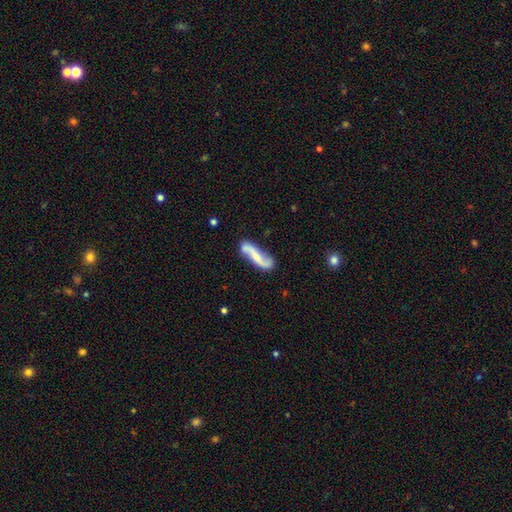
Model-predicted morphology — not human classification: smooth-or-featured: featured or disk: 78% | smooth: 17% | star or artifact: 5%
  disk-edge-on: no: 89% | yes: 11%
    bar: no: 42% | weak: 32% | strong: 25%
    has-spiral-arms: yes: 94% | no: 6%
      spiral-winding: loose: 76% | medium: 18% | tight: 7%
      spiral-arm-count: 2: 92% | can't tell: 3% | 1: 2% | 3: 1% | 4: 1% | more than 4: 1%
    bulge-size: small: 53% | moderate: 31% | none: 12% | large: 3% | dominant: 1%
  merging: none: 74% | minor disturbance: 17% | major disturbance: 5% | merger: 4%